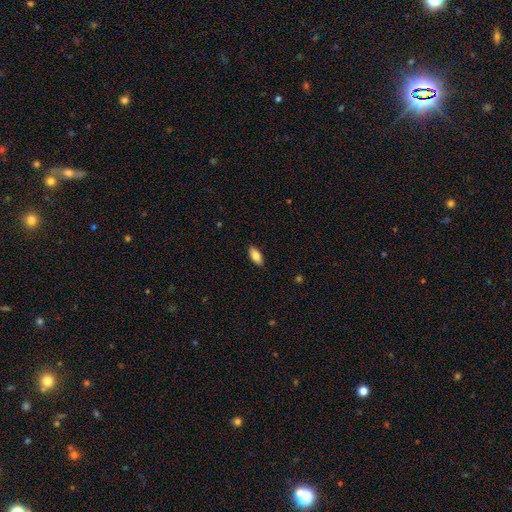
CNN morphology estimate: Overall: smooth (80%). How rounded: in between (86%). Merging: none (87%).